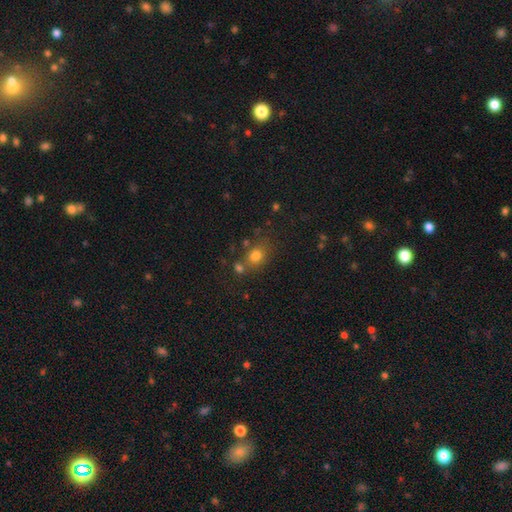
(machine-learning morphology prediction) smooth-or-featured: smooth: 76% | star or artifact: 14% | featured or disk: 9%
  how-rounded: round: 58% | in between: 41% | cigar-shaped: 1%
  merging: none: 61% | merger: 20% | minor disturbance: 14% | major disturbance: 5%